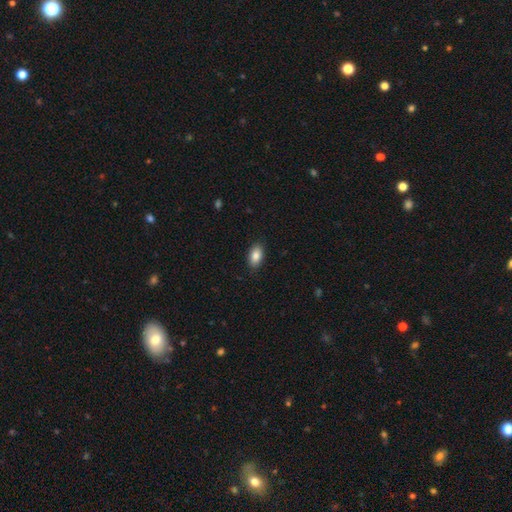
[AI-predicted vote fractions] Smooth or featured: smooth — 86% (star or artifact — 7%)
How rounded: in between — 92% (round — 6%)
Merging: none — 89% (minor disturbance — 9%)